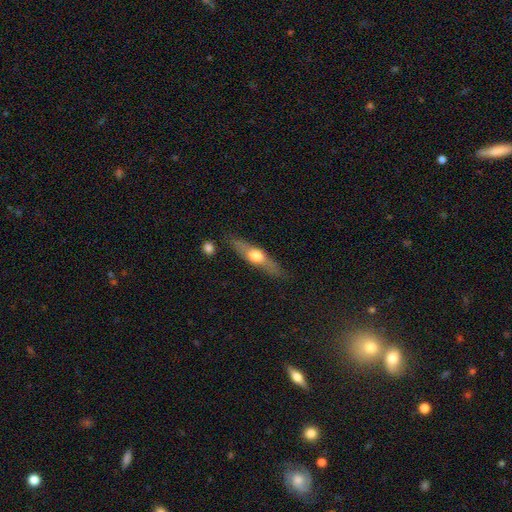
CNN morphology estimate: This is possibly a featured or disk galaxy (59%). It is clearly viewed edge-on (90%). Edge-on bulge: clearly rounded (92%). Merging: likely none (79%).